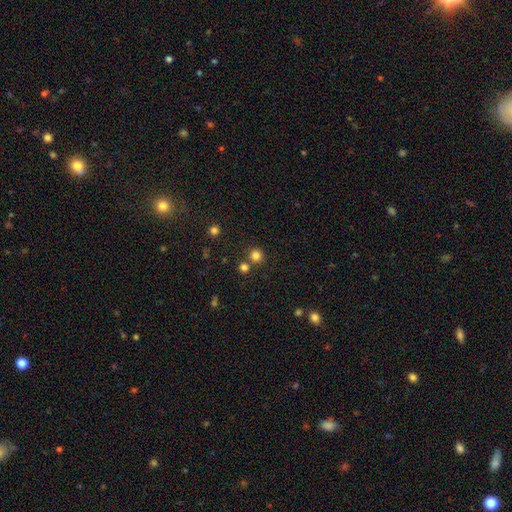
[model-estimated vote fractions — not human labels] smooth 80%, star or artifact 16%, featured or disk 4%. Down the decision tree: how rounded — round (93%); merging — none (76%).